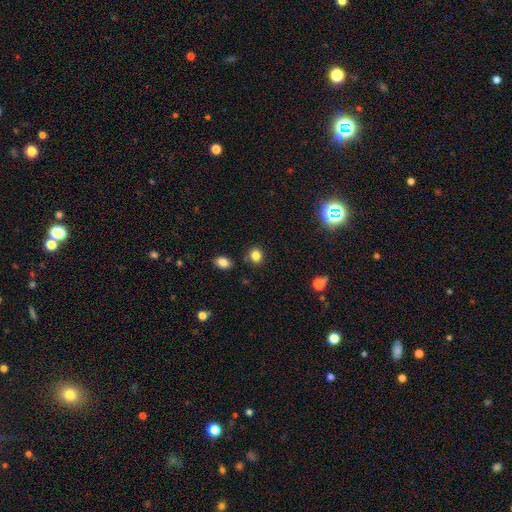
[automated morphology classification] Overall: smooth (83%). How rounded: round (77%). Merging: none (83%).